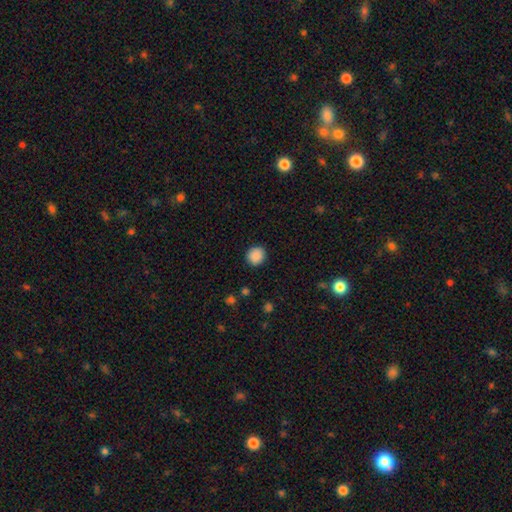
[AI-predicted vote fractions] Smooth or featured?
  - smooth: 88% *
  - star or artifact: 9%
  - featured or disk: 3%
How rounded?
  - round: 88% *
  - in between: 11%
  - cigar-shaped: 1%
Merging?
  - none: 90% *
  - minor disturbance: 7%
  - major disturbance: 2%
  - merger: 1%